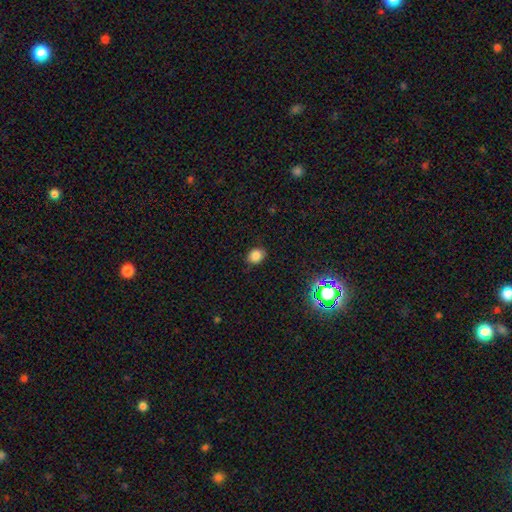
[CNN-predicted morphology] The model was most divided on "how rounded": in between: 50%, round: 49%, cigar-shaped: 1%. More confident: merging — none (85%); smooth or featured — smooth (82%).